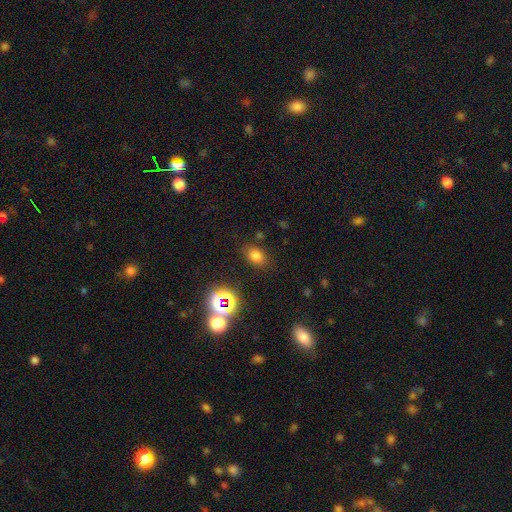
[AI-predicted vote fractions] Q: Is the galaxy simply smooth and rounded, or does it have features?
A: smooth — 72%.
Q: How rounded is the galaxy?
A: in between — 70%.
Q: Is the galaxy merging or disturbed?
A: none — 81%.